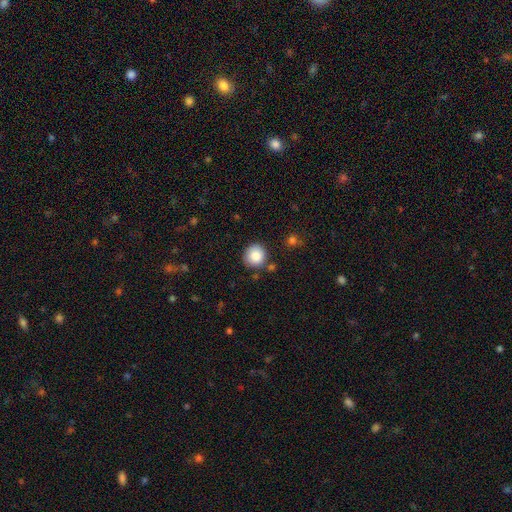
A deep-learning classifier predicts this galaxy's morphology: Smooth or featured? smooth (85%)
How rounded? round (90%)
Merging? none (83%)